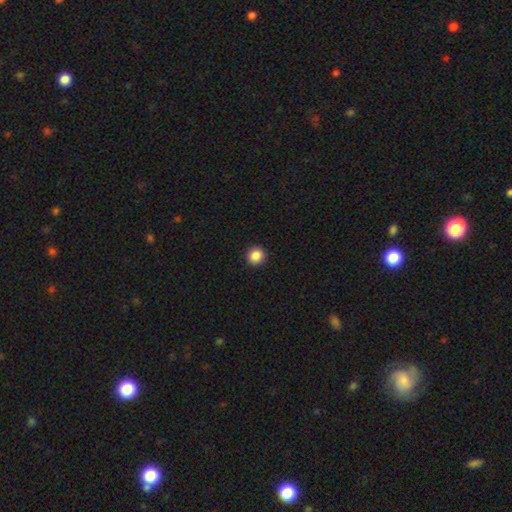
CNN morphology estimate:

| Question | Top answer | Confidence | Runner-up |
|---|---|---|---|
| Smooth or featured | smooth | 88% | star or artifact (9%) |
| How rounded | round | 93% | in between (6%) |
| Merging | none | 93% | minor disturbance (4%) |